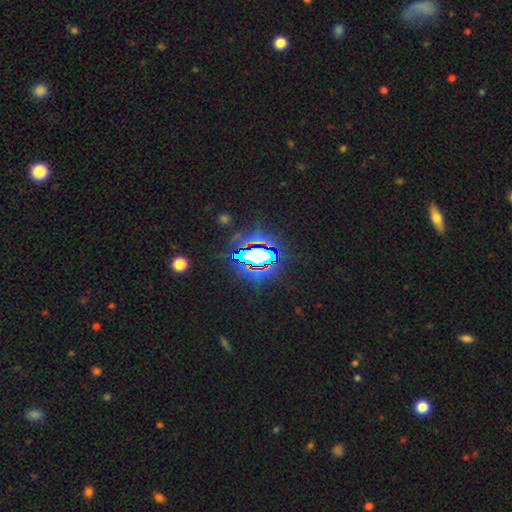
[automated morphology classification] This appears to be a star or artifact, not a galaxy (70%).